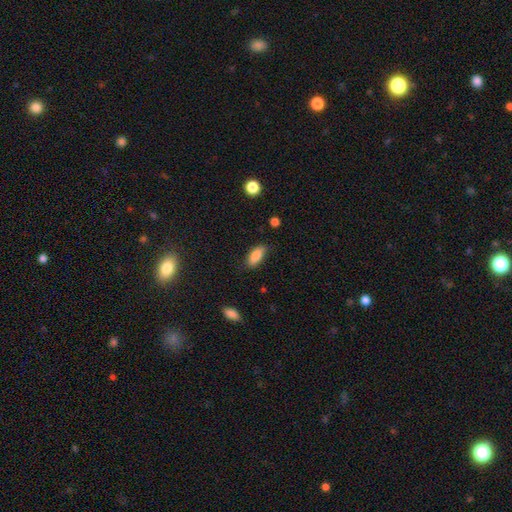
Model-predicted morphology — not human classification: Smooth or featured? Predicted: smooth (p=0.87). How rounded? Predicted: in between (p=0.87). Merging? Predicted: none (p=0.79).